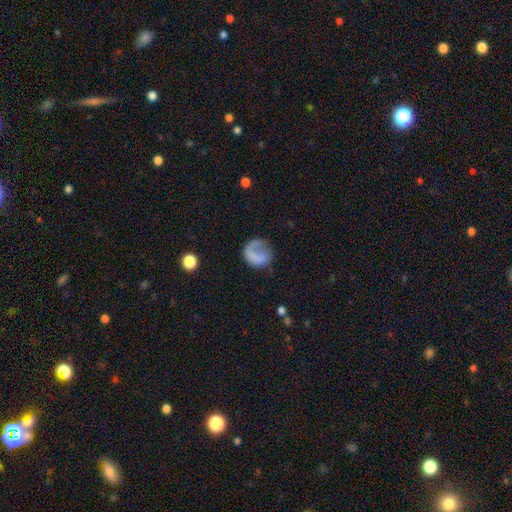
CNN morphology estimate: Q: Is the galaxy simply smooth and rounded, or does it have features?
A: smooth — 63%.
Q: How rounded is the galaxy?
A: round — 73%.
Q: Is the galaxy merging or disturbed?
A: none — 41%.